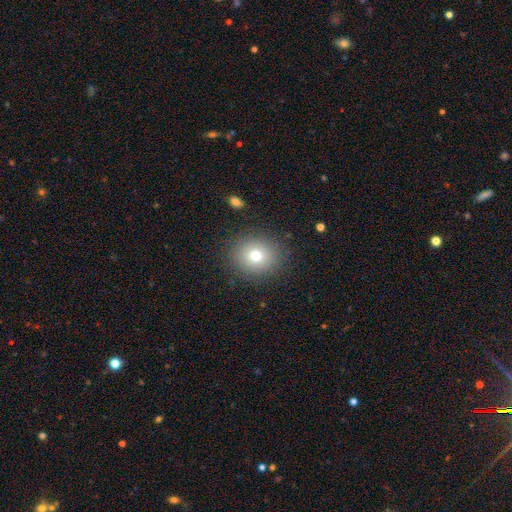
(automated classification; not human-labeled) Smooth or featured?
  - smooth: 75% *
  - star or artifact: 13%
  - featured or disk: 12%
How rounded?
  - round: 76% *
  - in between: 23%
  - cigar-shaped: 1%
Merging?
  - none: 87% *
  - minor disturbance: 8%
  - major disturbance: 3%
  - merger: 1%